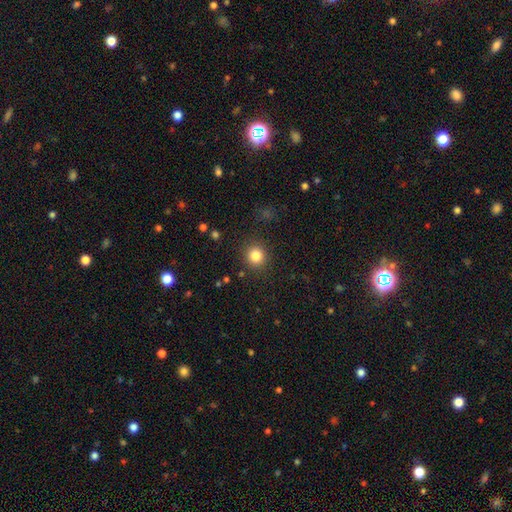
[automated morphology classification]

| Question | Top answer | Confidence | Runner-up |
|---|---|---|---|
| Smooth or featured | smooth | 83% | star or artifact (12%) |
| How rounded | round | 89% | in between (10%) |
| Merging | none | 89% | minor disturbance (7%) |